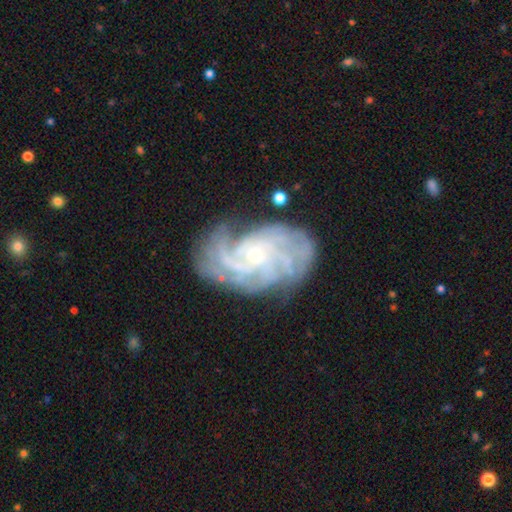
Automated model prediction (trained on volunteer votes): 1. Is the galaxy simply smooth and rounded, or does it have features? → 88% featured or disk, 6% star or artifact, 6% smooth.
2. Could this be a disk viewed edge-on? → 97% no, 3% yes.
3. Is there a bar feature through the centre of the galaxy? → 69% no, 25% weak, 6% strong.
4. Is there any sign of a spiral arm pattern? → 97% yes, 3% no.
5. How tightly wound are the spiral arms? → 63% tight, 30% medium, 7% loose.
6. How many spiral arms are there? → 28% 4, 22% can't tell, 18% more than 4, 15% 3, 10% 2, 7% 1.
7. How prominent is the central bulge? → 76% small, 20% moderate, 2% none, 1% large, 1% dominant.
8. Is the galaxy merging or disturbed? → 74% none, 17% minor disturbance, 7% major disturbance, 2% merger.